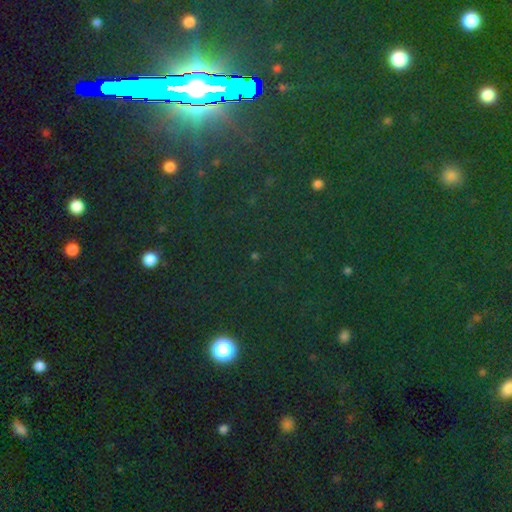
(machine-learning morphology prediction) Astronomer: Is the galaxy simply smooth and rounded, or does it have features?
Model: star or artifact — 76%.